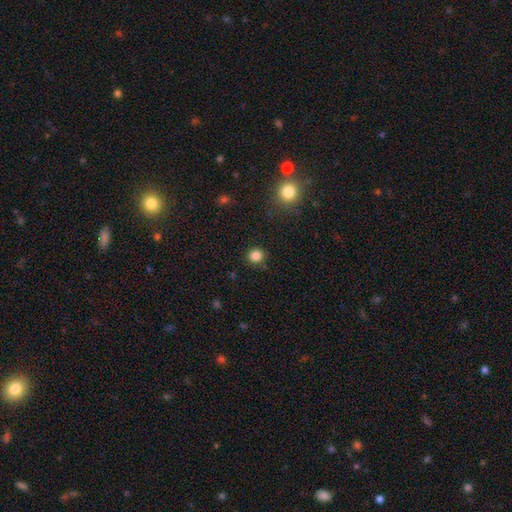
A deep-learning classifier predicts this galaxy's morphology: This is clearly a smooth galaxy (84%). How rounded: clearly round (88%). Merging: clearly none (88%).